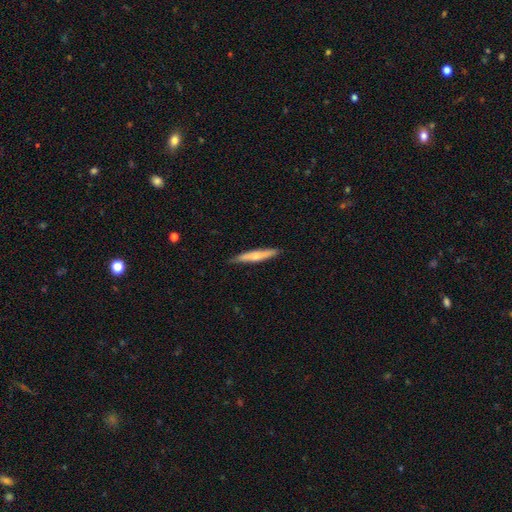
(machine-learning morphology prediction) A smooth galaxy with no disk features (56%) that is cigar-shaped (93%). Merging: none (87%).